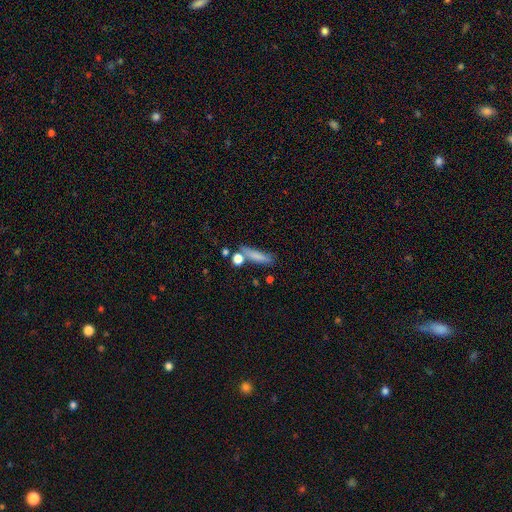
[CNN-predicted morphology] This is likely a smooth galaxy (75%). How rounded: likely cigar-shaped (71%). Merging: likely none (61%).